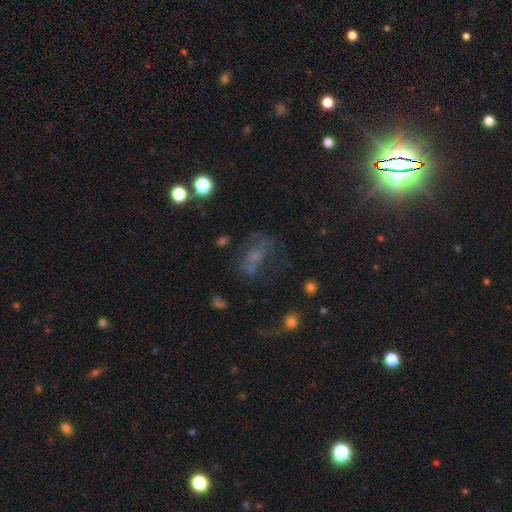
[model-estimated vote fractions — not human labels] Q: Smooth or featured?
A: smooth (35%); runner-up: featured or disk (33%)
Q: Merging?
A: none (41%); runner-up: major disturbance (30%)